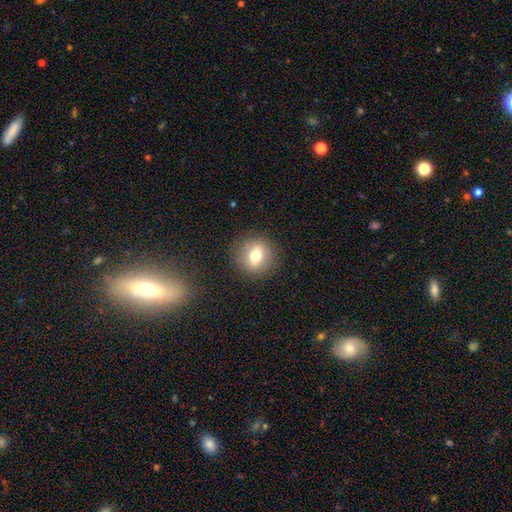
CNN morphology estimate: Smooth or featured? Predicted: smooth (p=0.70). How rounded? Predicted: round (p=0.80). Merging? Predicted: none (p=0.87).